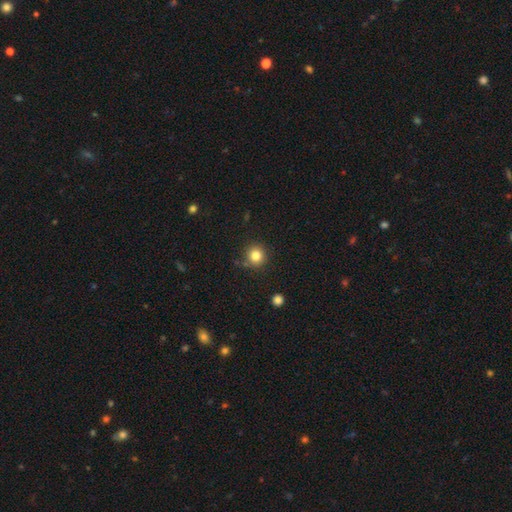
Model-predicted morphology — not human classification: This is clearly a smooth galaxy (82%). How rounded: clearly round (93%). Merging: clearly none (83%).